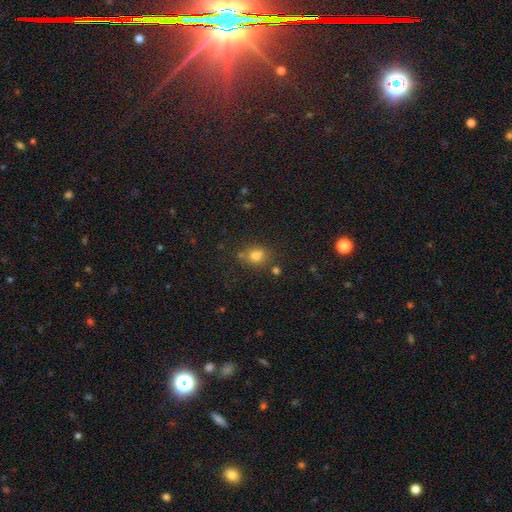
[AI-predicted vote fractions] The model was most divided on "how rounded": round: 63%, in between: 36%, cigar-shaped: 1%. More confident: smooth or featured — smooth (75%); merging — none (69%).